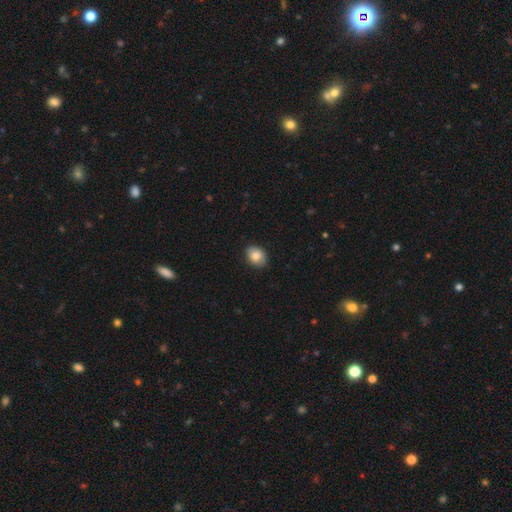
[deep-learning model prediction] Smooth or featured?
  - smooth: 82% *
  - featured or disk: 10%
  - star or artifact: 8%
How rounded?
  - in between: 69% *
  - round: 30%
  - cigar-shaped: 1%
Merging?
  - none: 88% *
  - minor disturbance: 9%
  - major disturbance: 2%
  - merger: 1%